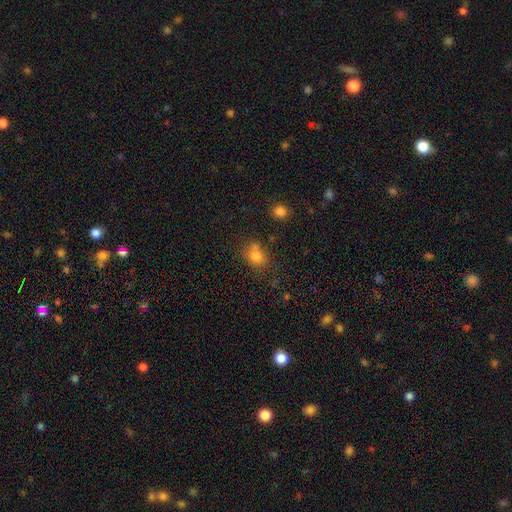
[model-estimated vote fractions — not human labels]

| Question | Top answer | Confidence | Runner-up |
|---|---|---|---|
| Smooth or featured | smooth | 78% | star or artifact (13%) |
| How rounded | round | 56% | in between (43%) |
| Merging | none | 58% | merger (18%) |